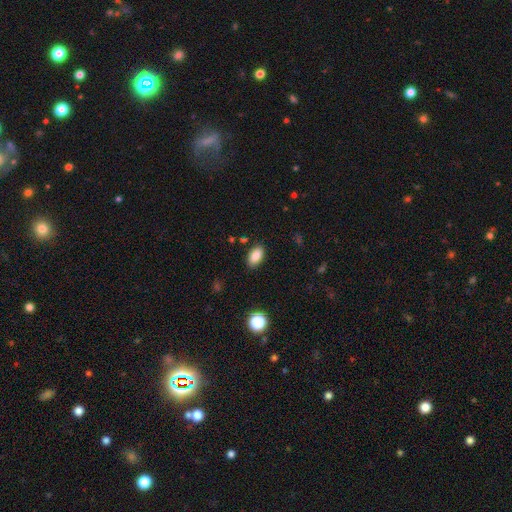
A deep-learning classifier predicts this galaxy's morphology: This is clearly a smooth galaxy (87%). How rounded: clearly in between (92%). Merging: clearly none (87%).